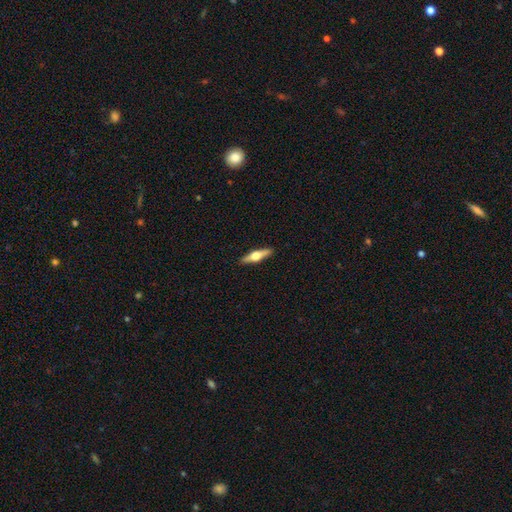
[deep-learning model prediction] smooth_or_featured: featured or disk (p=0.62) [alt: smooth p=0.33]
disk_edge_on: yes (p=0.96) [alt: no p=0.04]
edge_on_bulge: rounded (p=0.95) [alt: boxy p=0.03]
merging: none (p=0.91) [alt: minor disturbance p=0.07]